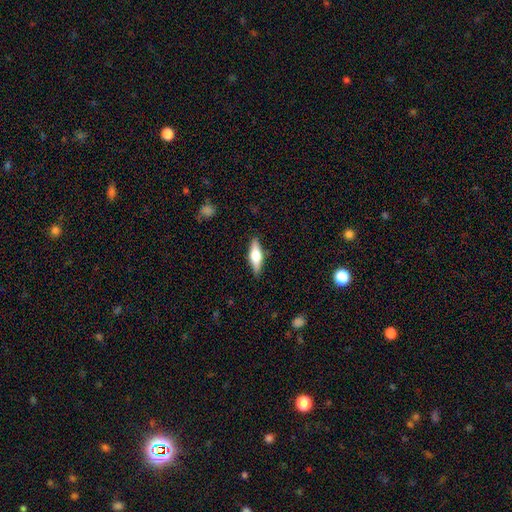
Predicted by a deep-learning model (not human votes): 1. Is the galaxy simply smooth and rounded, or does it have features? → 49% featured or disk, 45% smooth, 6% star or artifact.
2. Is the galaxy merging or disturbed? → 88% none, 9% minor disturbance, 2% major disturbance, 1% merger.